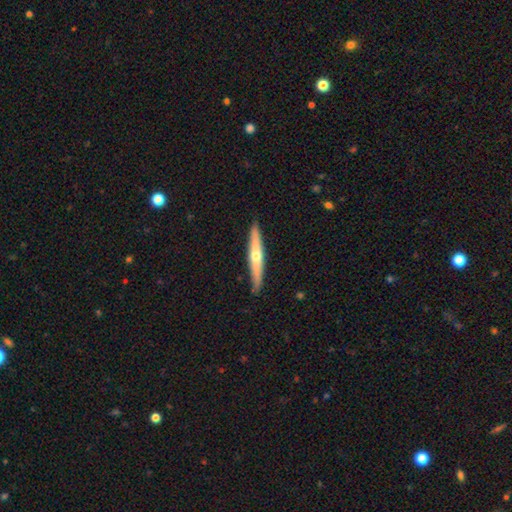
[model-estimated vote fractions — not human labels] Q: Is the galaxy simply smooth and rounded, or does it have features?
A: featured or disk — 57%.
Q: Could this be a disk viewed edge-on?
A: yes — 95%.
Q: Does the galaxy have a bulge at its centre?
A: rounded — 85%.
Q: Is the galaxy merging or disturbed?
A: none — 90%.